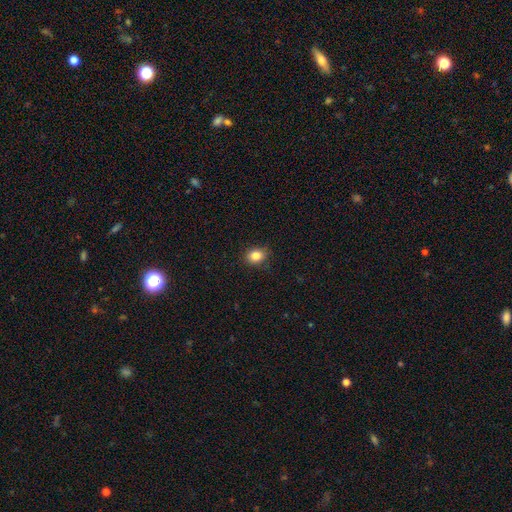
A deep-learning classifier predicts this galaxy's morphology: Overall: smooth (84%). How rounded: round (51%; in between 48%). Merging: none (84%).